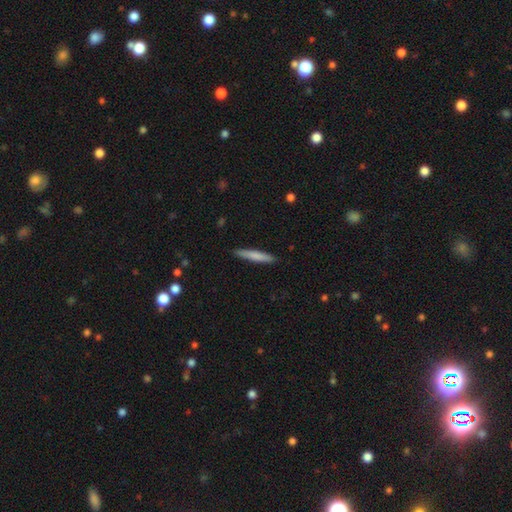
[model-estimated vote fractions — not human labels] Morphology: type=smooth (75%); roundness=cigar-shaped (93%); merging=none (89%).